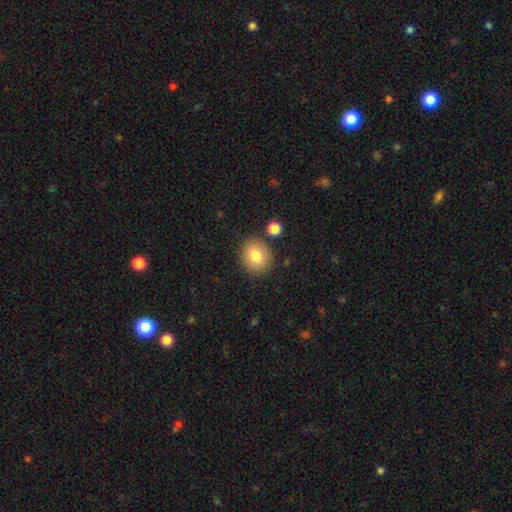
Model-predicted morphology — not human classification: A smooth galaxy with no disk features (81%) that is round (73%).

Vote fractions:
- Smooth or featured? smooth: 81% / featured or disk: 10% / star or artifact: 9%
- How rounded? round: 73% / in between: 26% / cigar-shaped: 1%
- Merging? none: 83% / minor disturbance: 10% / merger: 5% / major disturbance: 3%